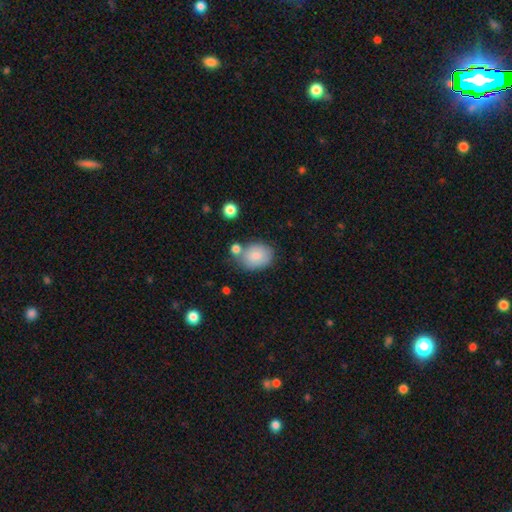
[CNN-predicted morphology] This is clearly a smooth galaxy (82%). How rounded: likely in between (63%). Merging: likely none (60%).